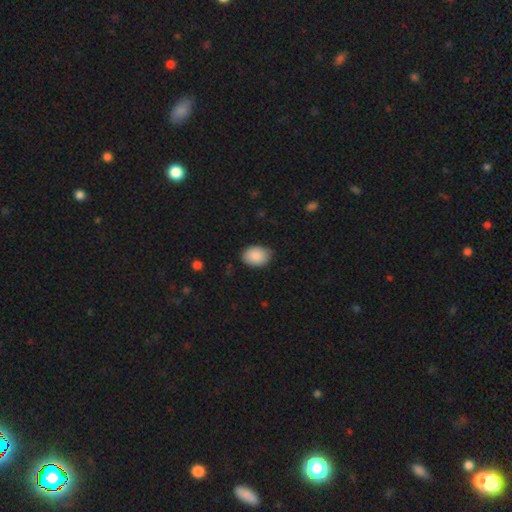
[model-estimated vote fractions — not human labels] Smooth or featured? Predicted: smooth (p=0.90). How rounded? Predicted: in between (p=0.81). Merging? Predicted: none (p=0.80).